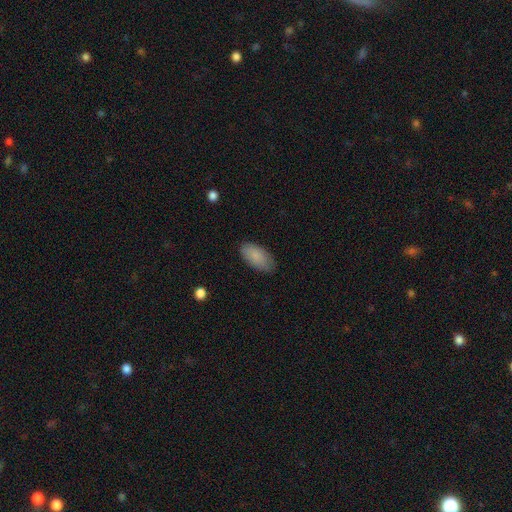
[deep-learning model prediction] This appears to be a smooth galaxy with no disk features (87%) that is in between round and cigar-shaped (94%). Merging: none (81%).